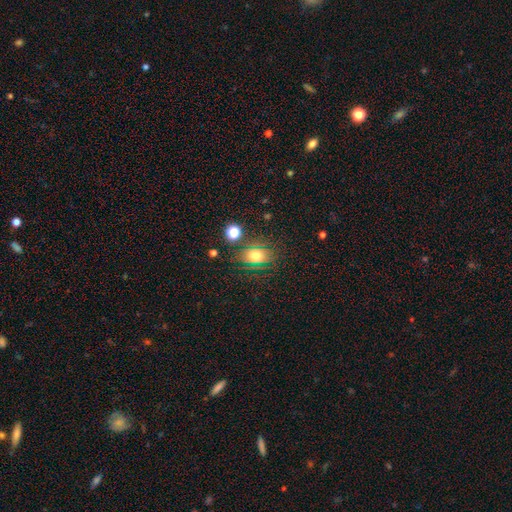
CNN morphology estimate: The model was most divided on "how rounded": round: 58%, in between: 41%, cigar-shaped: 2%. More confident: merging — none (78%); smooth or featured — smooth (60%).